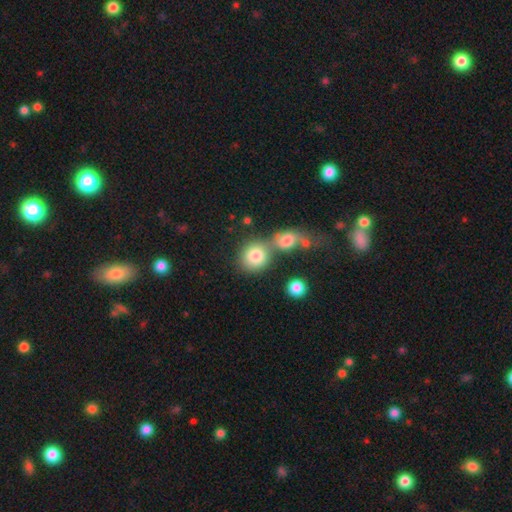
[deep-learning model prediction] The model was most divided on "merging": none: 49%, merger: 38%, minor disturbance: 9%, major disturbance: 5%. More confident: how rounded — round (81%); smooth or featured — smooth (81%).